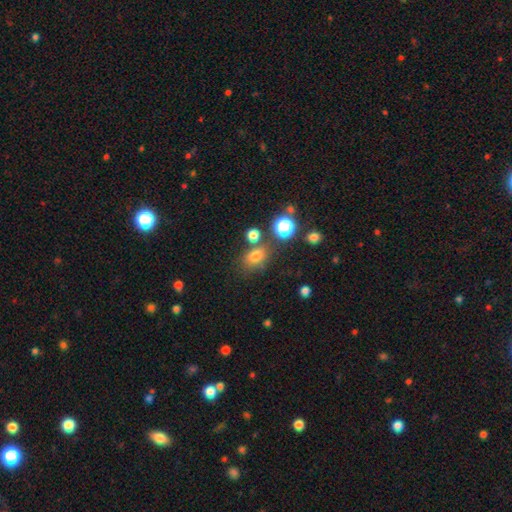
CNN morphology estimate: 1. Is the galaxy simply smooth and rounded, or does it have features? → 73% smooth, 18% star or artifact, 9% featured or disk.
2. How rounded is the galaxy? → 63% in between, 35% round, 2% cigar-shaped.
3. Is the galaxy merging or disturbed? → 66% none, 14% minor disturbance, 14% merger, 6% major disturbance.